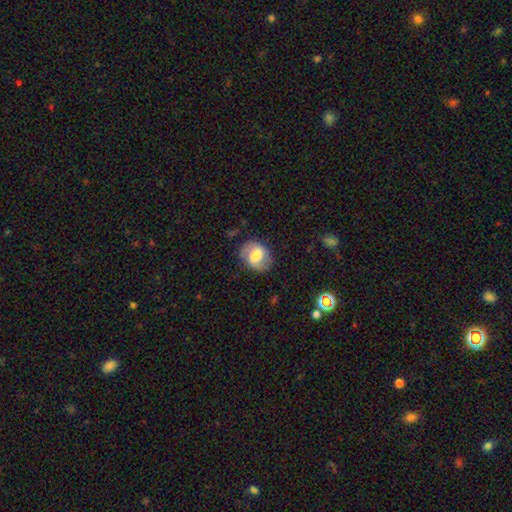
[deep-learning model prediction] This appears to be a featured or disk galaxy (47%). Merging: none (73%).